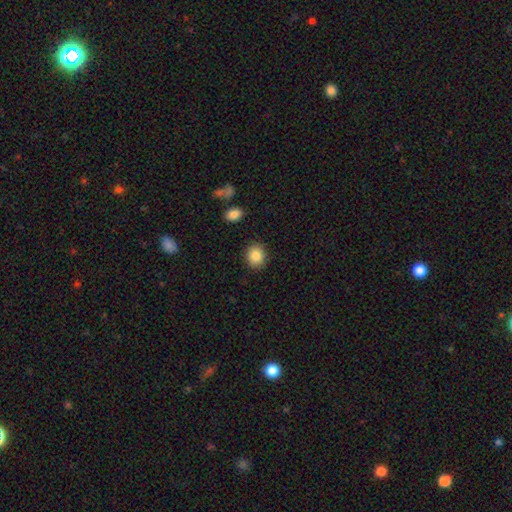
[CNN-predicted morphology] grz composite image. It shows a smooth galaxy with no disk features (86%) that is round (71%). Merging: none (89%).